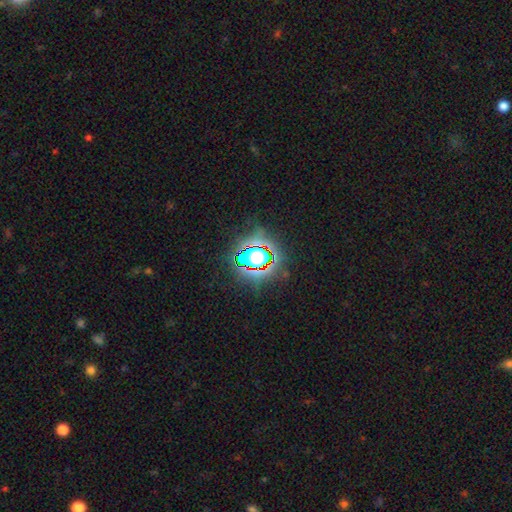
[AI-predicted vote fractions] A star or artifact, not a galaxy (77%).

Vote fractions:
- Smooth or featured? star or artifact: 77% / smooth: 14% / featured or disk: 10%